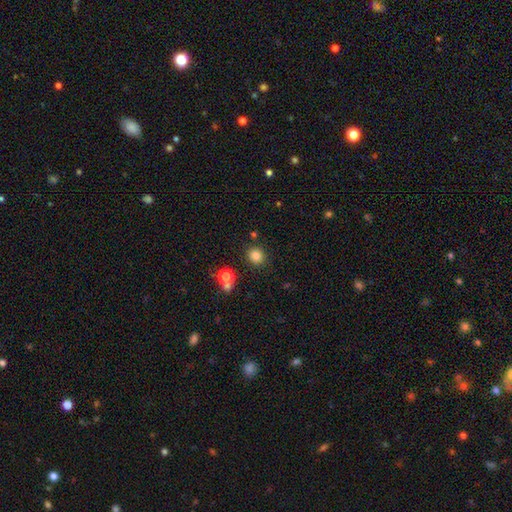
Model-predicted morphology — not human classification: type=smooth (82%); roundness=round (83%); merging=none (84%).